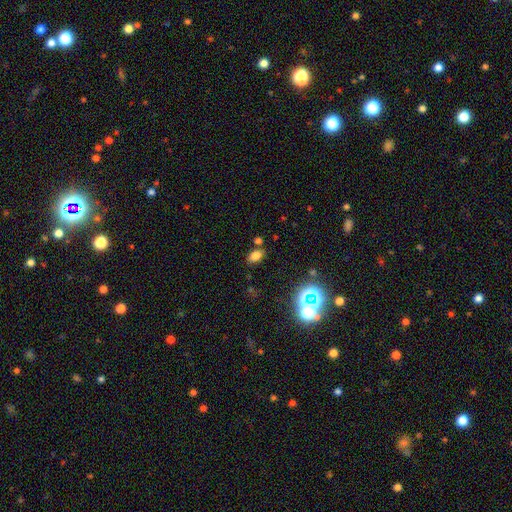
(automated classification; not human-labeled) A smooth galaxy with no disk features (73%) that is in between round and cigar-shaped (87%). Merging: none (77%).